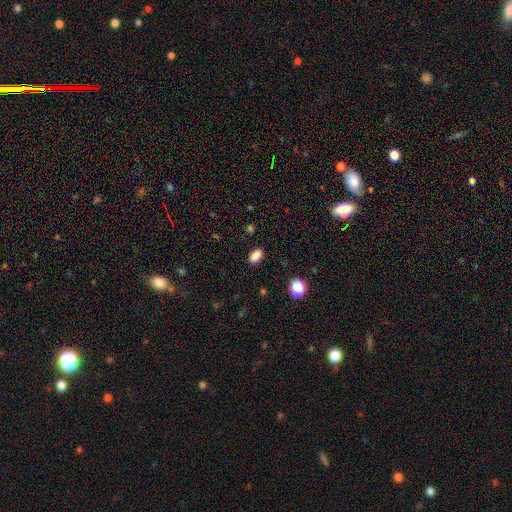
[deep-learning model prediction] smooth 86%, star or artifact 10%, featured or disk 3%. Down the decision tree: how rounded — in between (86%); merging — none (88%).